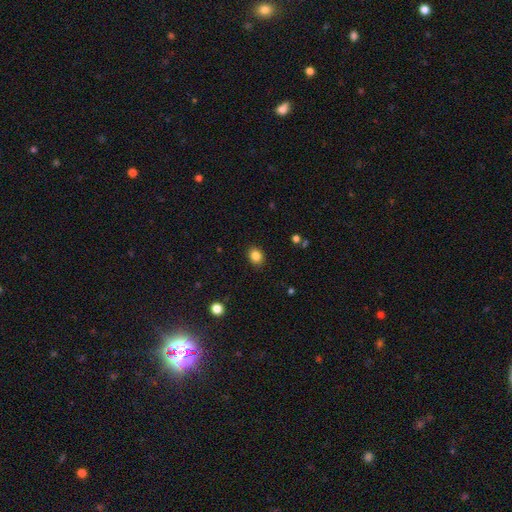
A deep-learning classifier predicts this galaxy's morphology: Smooth or featured: smooth — 85% (star or artifact — 11%)
How rounded: round — 53% (in between — 46%)
Merging: none — 89% (minor disturbance — 8%)